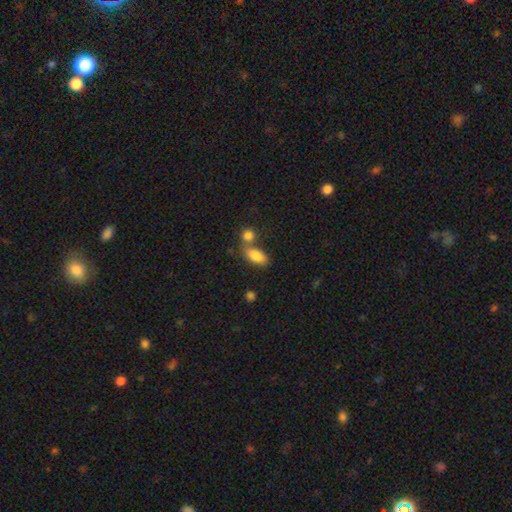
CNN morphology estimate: smooth-or-featured: smooth: 84% | featured or disk: 8% | star or artifact: 8%
  how-rounded: in between: 87% | cigar-shaped: 8% | round: 5%
  merging: none: 47% | merger: 35% | minor disturbance: 13% | major disturbance: 5%